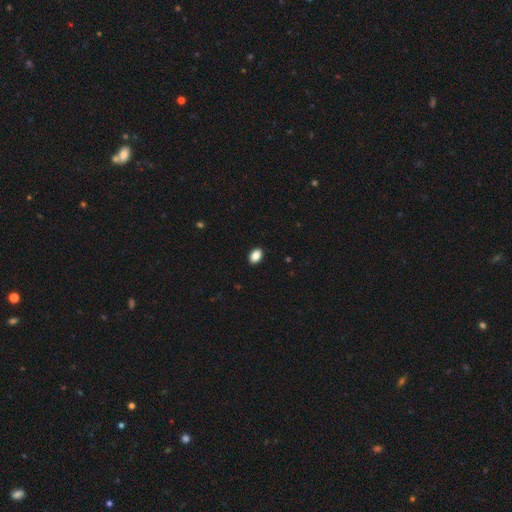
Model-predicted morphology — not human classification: smooth_or_featured: smooth (p=0.88) [alt: star or artifact p=0.08]
how_rounded: in between (p=0.87) [alt: round p=0.12]
merging: none (p=0.90) [alt: minor disturbance p=0.07]